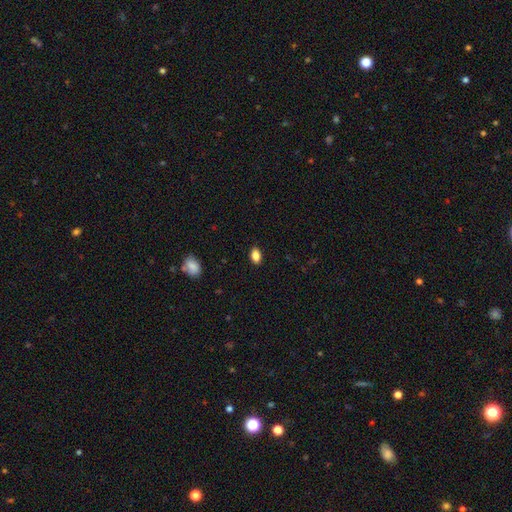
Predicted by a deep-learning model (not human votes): Q: Smooth or featured?
A: smooth (86%); runner-up: star or artifact (9%)
Q: How rounded?
A: in between (87%); runner-up: round (10%)
Q: Merging?
A: none (87%); runner-up: minor disturbance (10%)